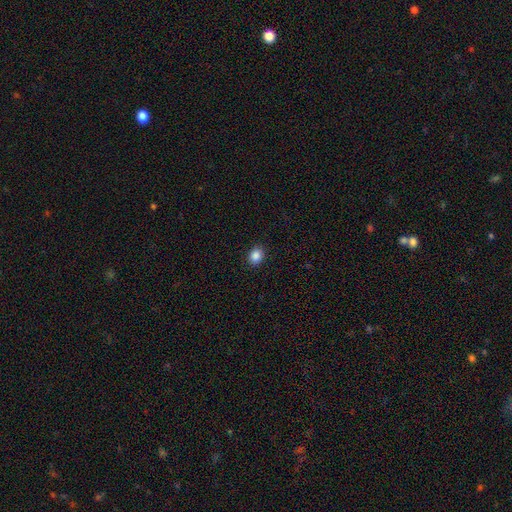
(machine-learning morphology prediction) This is clearly a smooth galaxy (87%). How rounded: possibly round (51%). Merging: clearly none (90%).